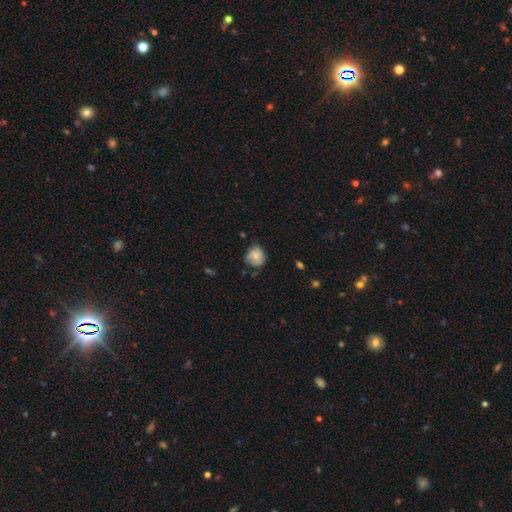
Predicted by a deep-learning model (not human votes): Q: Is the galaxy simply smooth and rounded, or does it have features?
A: smooth — 65%.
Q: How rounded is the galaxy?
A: round — 71%.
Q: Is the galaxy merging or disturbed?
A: none — 53%.